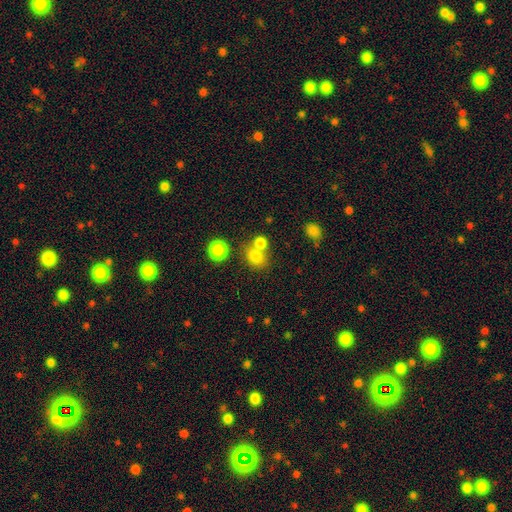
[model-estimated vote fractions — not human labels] Smooth or featured? Predicted: smooth (p=0.78). How rounded? Predicted: round (p=0.65). Merging? Predicted: none (p=0.52).